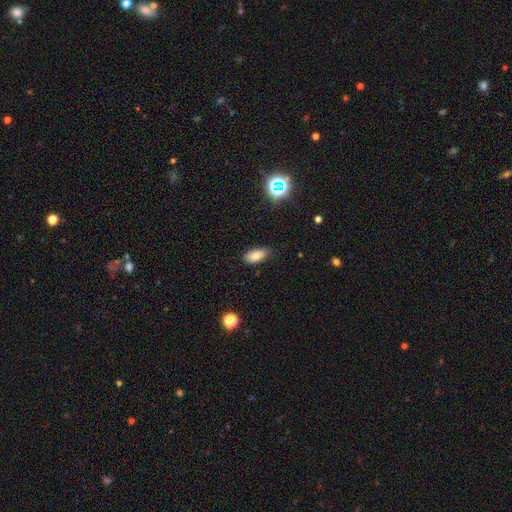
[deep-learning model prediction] This appears to be a smooth galaxy with no disk features (79%) that is in between round and cigar-shaped (90%). Merging: none (76%).